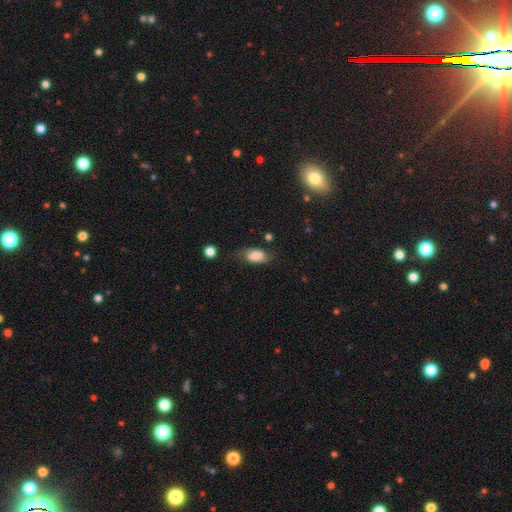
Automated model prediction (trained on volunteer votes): Morphology: type=smooth (68%); roundness=in between (87%); merging=none (60%).